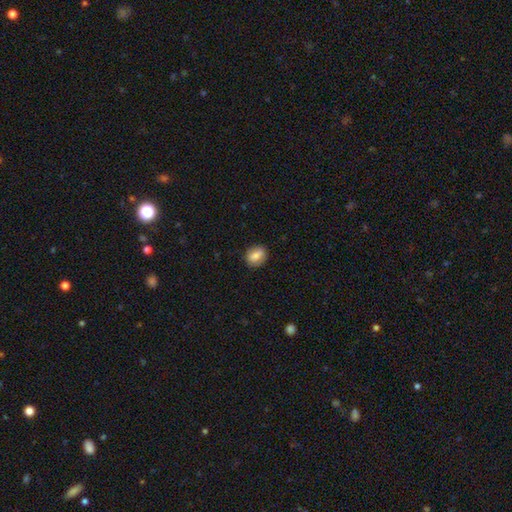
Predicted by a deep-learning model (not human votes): Smooth or featured? smooth (82%)
How rounded? in between (55%)
Merging? none (87%)